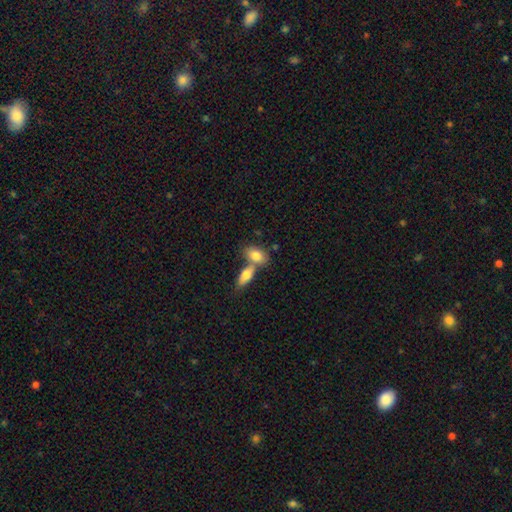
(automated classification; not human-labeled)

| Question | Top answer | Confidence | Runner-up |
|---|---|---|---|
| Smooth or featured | smooth | 80% | featured or disk (14%) |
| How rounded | in between | 89% | round (7%) |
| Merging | merger | 53% | none (36%) |